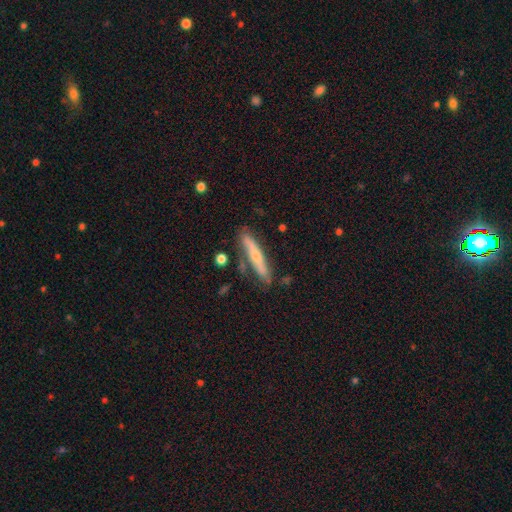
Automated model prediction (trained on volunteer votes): Overall: featured or disk (48%; smooth 45%). Merging: none (72%).